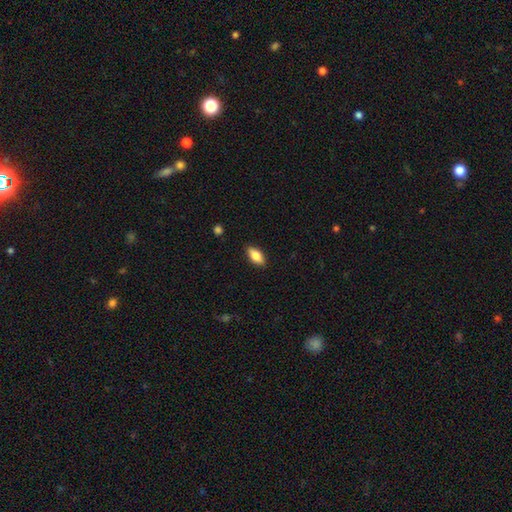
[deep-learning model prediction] smooth-or-featured: smooth: 78% | featured or disk: 15% | star or artifact: 7%
  how-rounded: in between: 87% | cigar-shaped: 10% | round: 3%
  merging: none: 88% | minor disturbance: 9% | major disturbance: 2% | merger: 1%